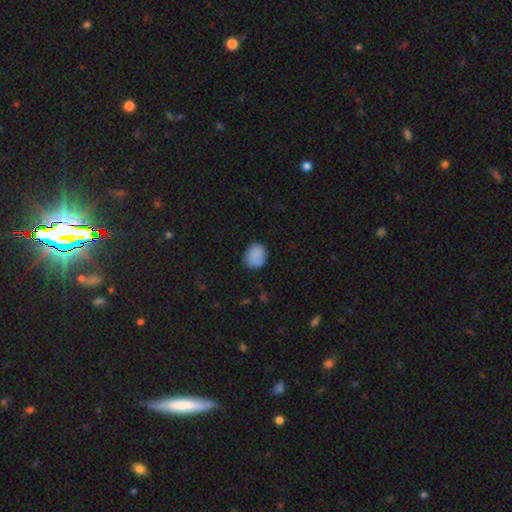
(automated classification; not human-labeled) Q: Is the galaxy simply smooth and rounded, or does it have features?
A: smooth — 86%.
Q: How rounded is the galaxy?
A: round — 67%.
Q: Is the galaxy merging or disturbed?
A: none — 77%.